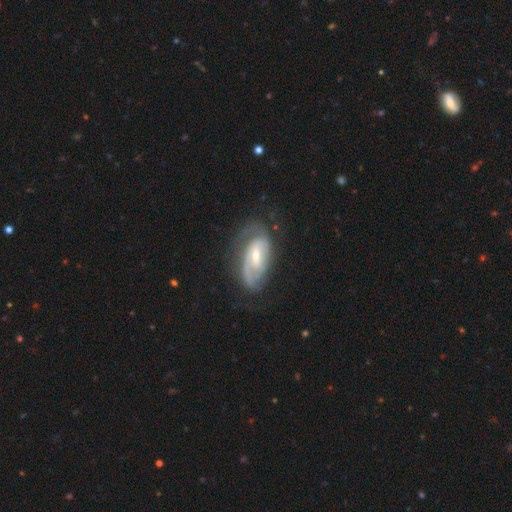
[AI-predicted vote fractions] Morphology: type=featured or disk (83%); edge-on=no (95%); bar=weak (47%); spiral arms=yes (93%); winding=tight (52%); arm count=2 (58%); bulge=moderate (48%); merging=none (67%).